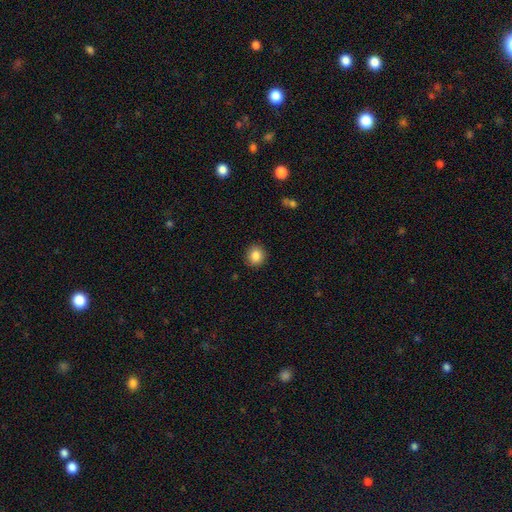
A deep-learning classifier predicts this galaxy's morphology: This is clearly a smooth galaxy (85%). How rounded: clearly round (86%). Merging: clearly none (91%).